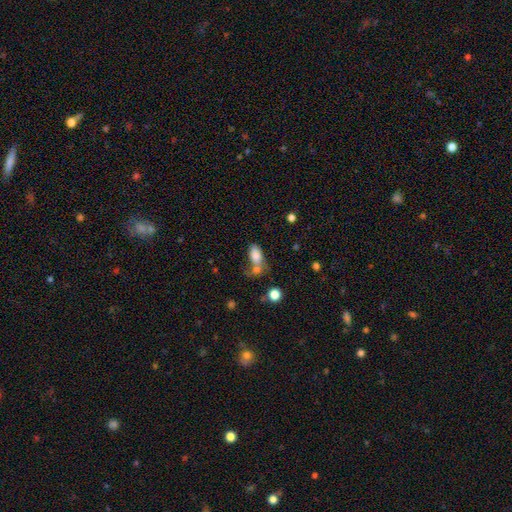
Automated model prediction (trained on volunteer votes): smooth_or_featured: smooth (p=0.80) [alt: featured or disk p=0.10]
how_rounded: in between (p=0.89) [alt: round p=0.07]
merging: merger (p=0.39) [alt: none p=0.34]